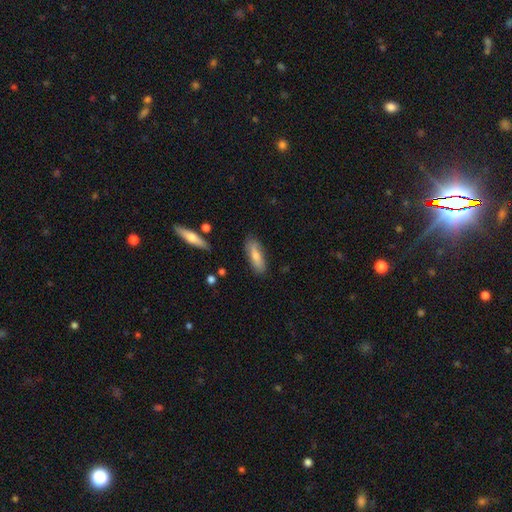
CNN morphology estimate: This appears to be a smooth galaxy with no disk features (68%) that is in between round and cigar-shaped (56%). Merging: none (82%).